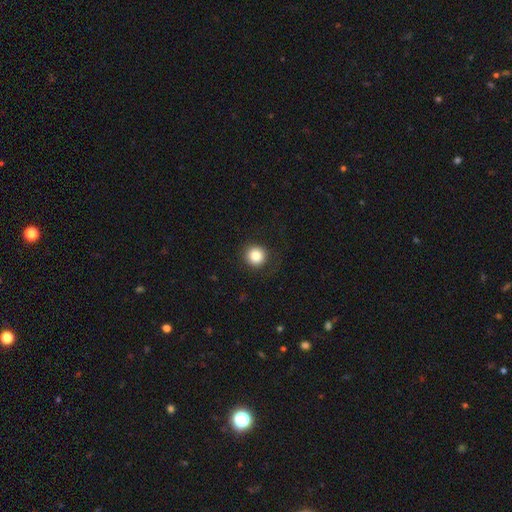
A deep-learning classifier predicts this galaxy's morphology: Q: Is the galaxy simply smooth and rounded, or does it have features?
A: smooth — 84%.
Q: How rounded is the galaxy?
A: round — 95%.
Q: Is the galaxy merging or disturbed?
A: none — 87%.